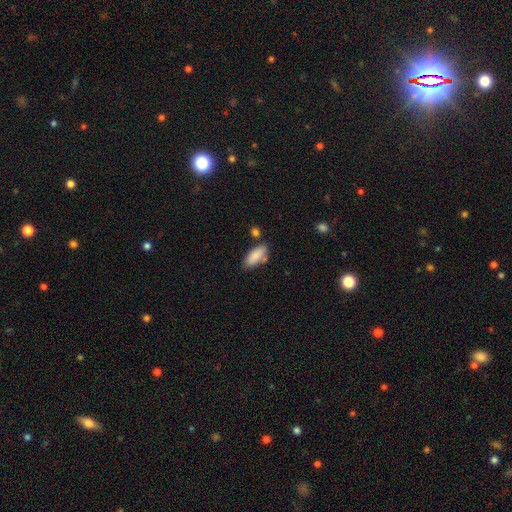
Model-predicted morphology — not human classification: Smooth or featured: smooth — 88% (star or artifact — 6%)
How rounded: in between — 81% (cigar-shaped — 17%)
Merging: none — 72% (minor disturbance — 17%)